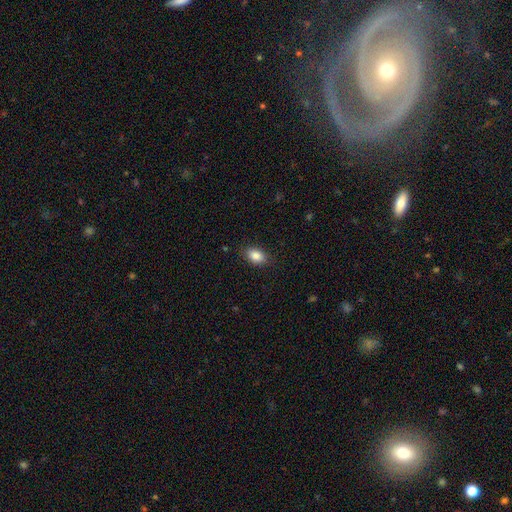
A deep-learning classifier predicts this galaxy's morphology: smooth-or-featured: smooth: 86% | star or artifact: 8% | featured or disk: 6%
  how-rounded: in between: 85% | round: 13% | cigar-shaped: 1%
  merging: none: 86% | minor disturbance: 10% | major disturbance: 3% | merger: 1%